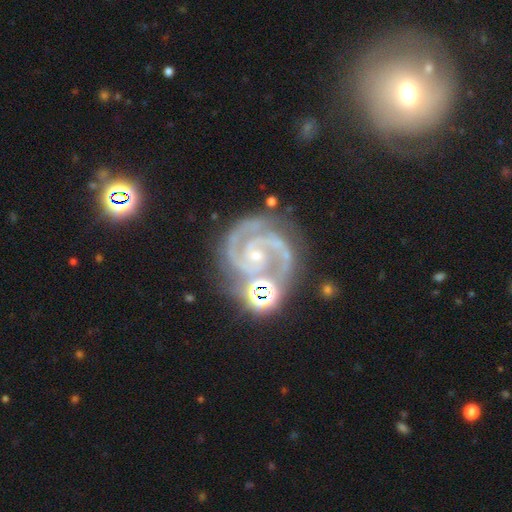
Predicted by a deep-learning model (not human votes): A featured or disk galaxy (91%) with no bar (59%), 2 (73%) tight (57%) spiral arms (99%) and a small central bulge (77%). Merging: none (64%).